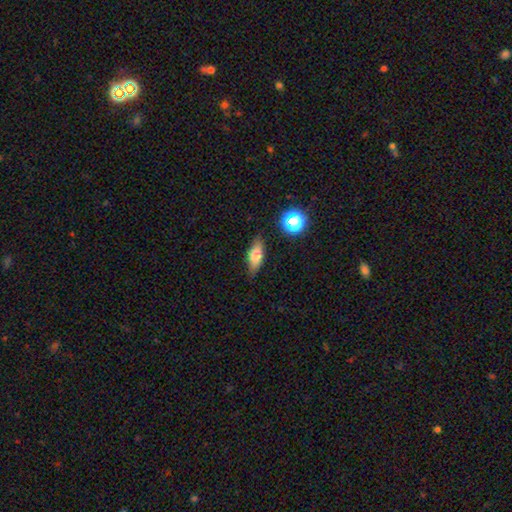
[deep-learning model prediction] This is likely a smooth galaxy (67%). How rounded: likely in between (71%). Merging: clearly none (83%).